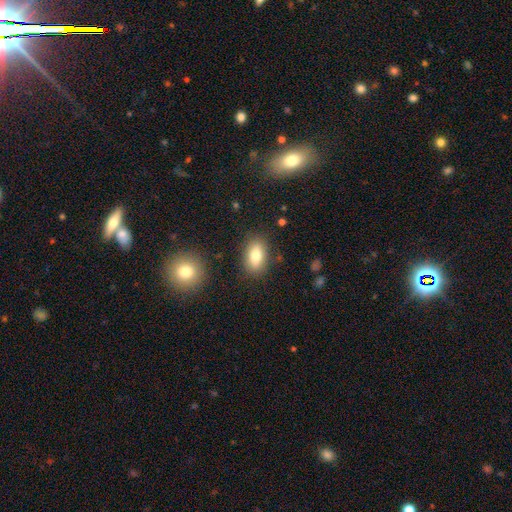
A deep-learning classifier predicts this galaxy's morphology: smooth 80%, featured or disk 12%, star or artifact 8%. Down the decision tree: how rounded — in between (88%); merging — none (82%).